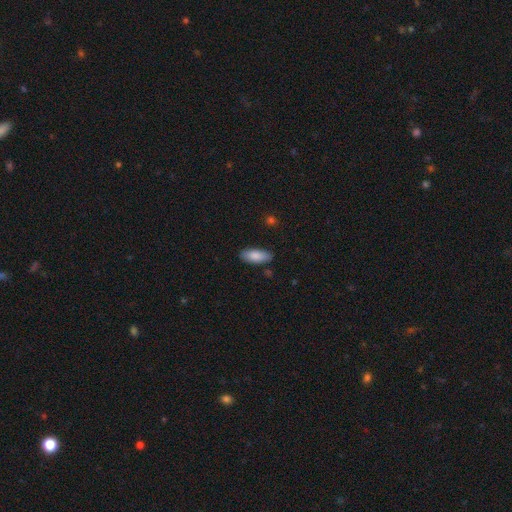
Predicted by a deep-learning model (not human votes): This is clearly a smooth galaxy (86%). How rounded: clearly in between (81%). Merging: clearly none (83%).